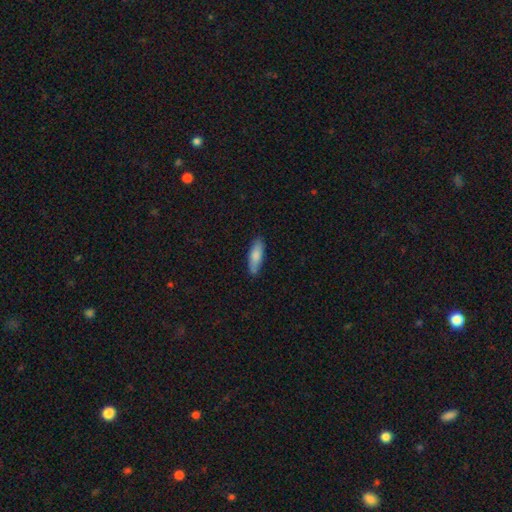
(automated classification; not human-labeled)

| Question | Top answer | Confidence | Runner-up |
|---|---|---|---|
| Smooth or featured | smooth | 80% | featured or disk (14%) |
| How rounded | cigar-shaped | 51% | in between (47%) |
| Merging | none | 83% | minor disturbance (14%) |